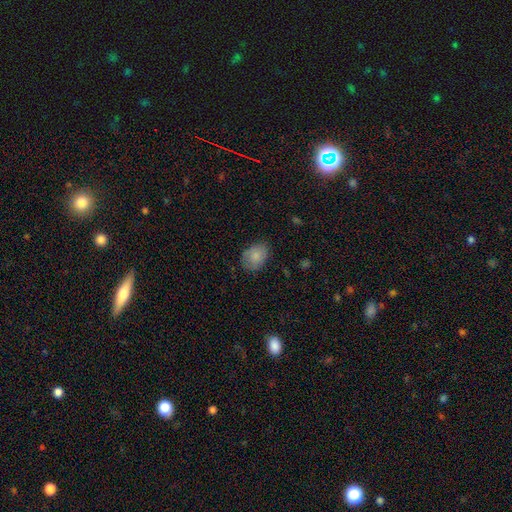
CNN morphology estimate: smooth-or-featured: smooth: 83% | featured or disk: 9% | star or artifact: 7%
  how-rounded: in between: 74% | round: 25% | cigar-shaped: 1%
  merging: none: 75% | minor disturbance: 19% | major disturbance: 4% | merger: 1%